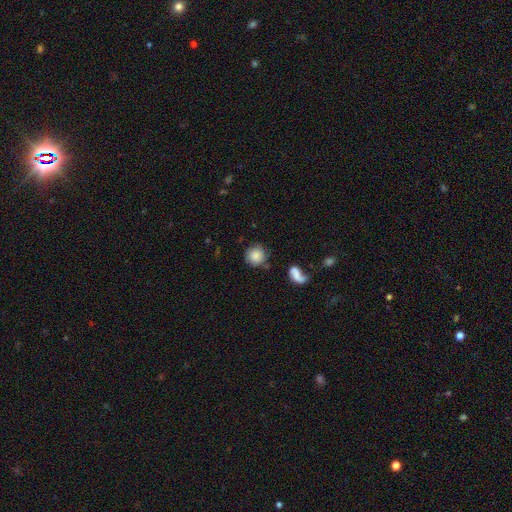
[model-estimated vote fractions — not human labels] Smooth or featured? smooth (80%)
How rounded? round (90%)
Merging? none (71%)